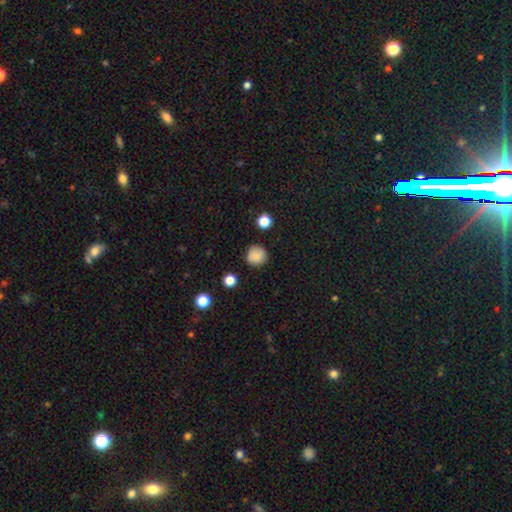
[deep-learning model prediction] Smooth or featured?
  - smooth: 86% *
  - star or artifact: 10%
  - featured or disk: 4%
How rounded?
  - round: 93% *
  - in between: 6%
  - cigar-shaped: 1%
Merging?
  - none: 86% *
  - minor disturbance: 10%
  - major disturbance: 2%
  - merger: 2%